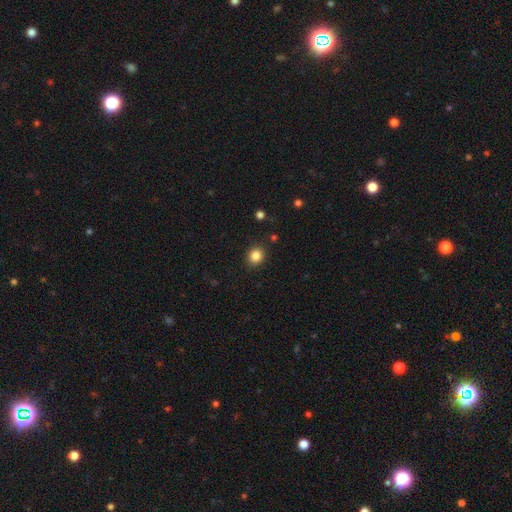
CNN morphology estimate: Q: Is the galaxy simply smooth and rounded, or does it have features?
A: smooth — 85%.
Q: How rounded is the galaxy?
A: round — 76%.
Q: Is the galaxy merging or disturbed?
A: none — 88%.